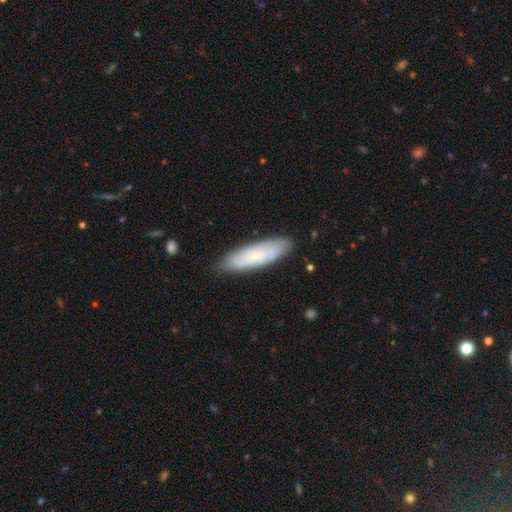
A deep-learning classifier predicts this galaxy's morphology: Smooth or featured? smooth (56%)
How rounded? cigar-shaped (57%)
Merging? none (84%)